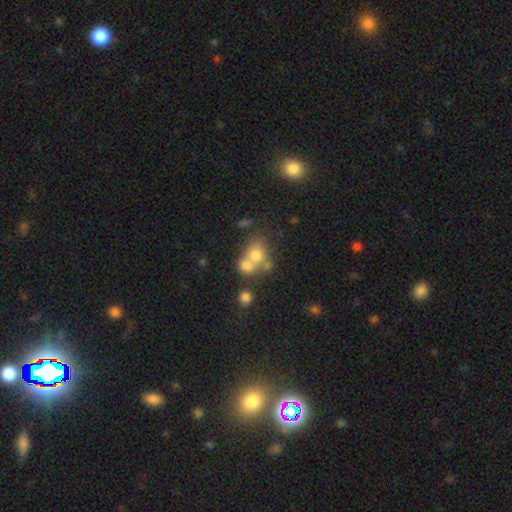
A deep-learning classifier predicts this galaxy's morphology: type=smooth (68%); roundness=round (61%); merging=merger (55%).